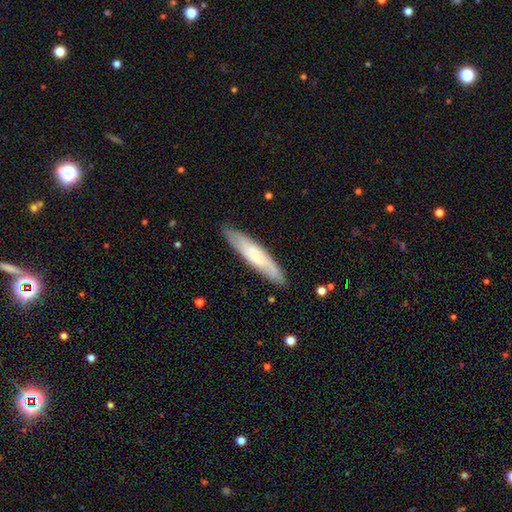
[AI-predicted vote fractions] Overall: smooth (55%; featured or disk 39%). How rounded: cigar-shaped (83%). Merging: none (85%).